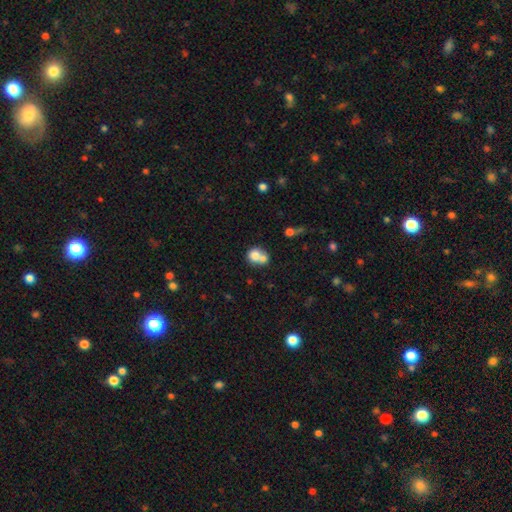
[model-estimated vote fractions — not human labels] A smooth galaxy with no disk features (74%) that is round (75%). Merging: merger (57%).